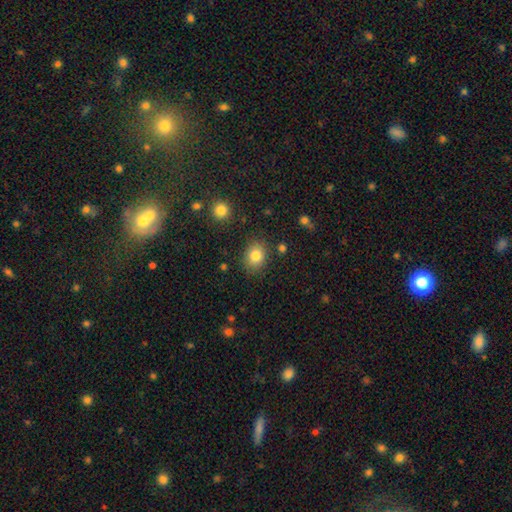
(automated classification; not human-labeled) smooth-or-featured: smooth: 83% | star or artifact: 10% | featured or disk: 7%
  how-rounded: round: 54% | in between: 45% | cigar-shaped: 1%
  merging: none: 84% | minor disturbance: 10% | major disturbance: 3% | merger: 2%